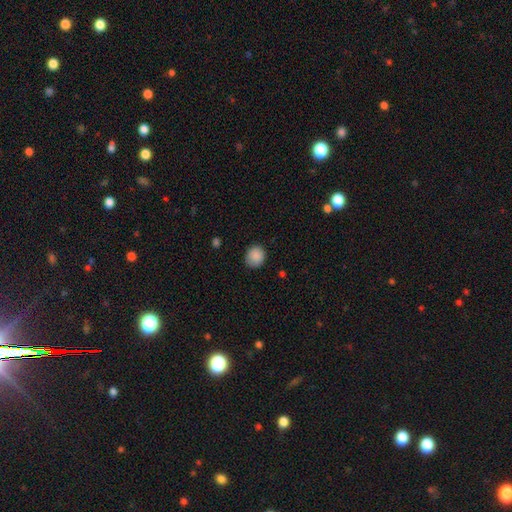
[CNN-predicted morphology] This is clearly a smooth galaxy (89%). How rounded: likely round (79%). Merging: clearly none (82%).